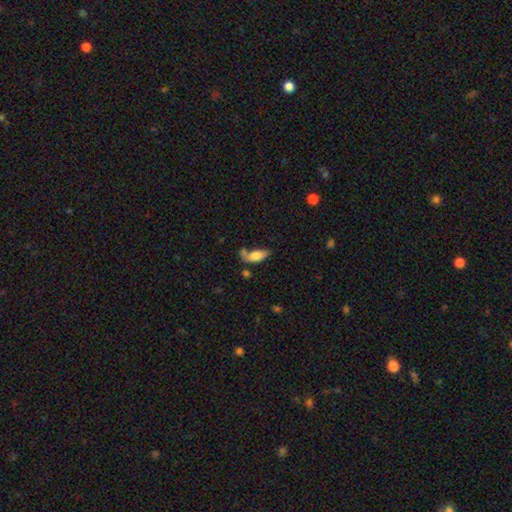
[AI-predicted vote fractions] Morphology: type=smooth (74%); roundness=in between (79%); merging=none (41%).